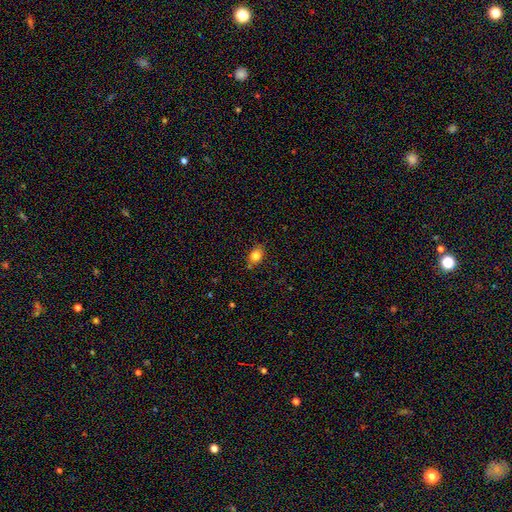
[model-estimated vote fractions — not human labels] This is clearly a smooth galaxy (82%). How rounded: possibly in between (55%). Merging: likely none (75%).